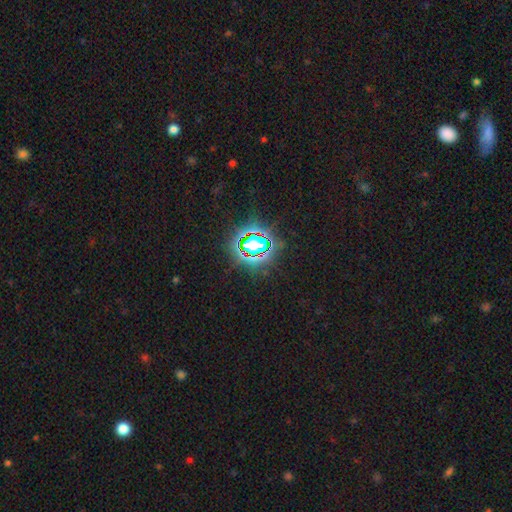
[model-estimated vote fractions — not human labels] Q: Smooth or featured?
A: star or artifact (81%); runner-up: smooth (12%)